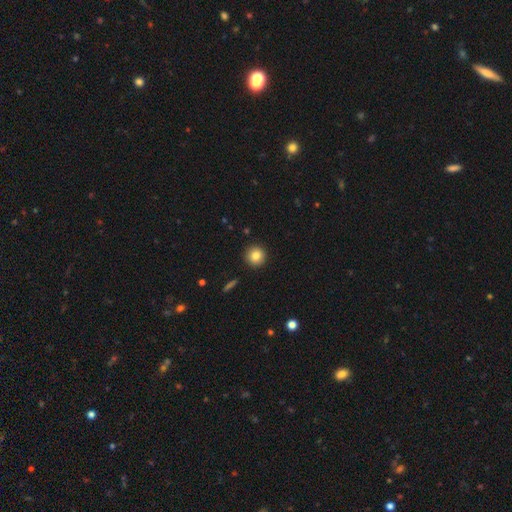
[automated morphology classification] This is clearly a smooth galaxy (83%). How rounded: clearly round (95%). Merging: clearly none (92%).